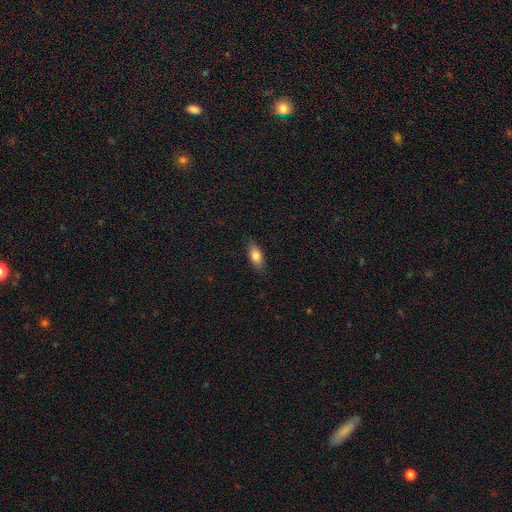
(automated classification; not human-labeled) A smooth galaxy with no disk features (80%) that is in between round and cigar-shaped (82%).

Vote fractions:
- Smooth or featured? smooth: 80% / featured or disk: 13% / star or artifact: 7%
- How rounded? in between: 82% / cigar-shaped: 14% / round: 3%
- Merging? none: 85% / minor disturbance: 12% / major disturbance: 2% / merger: 1%